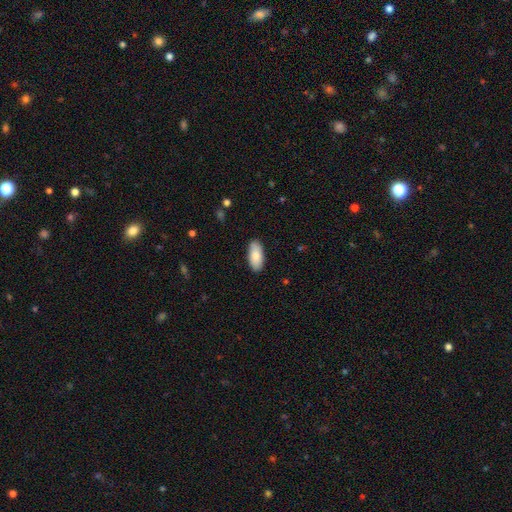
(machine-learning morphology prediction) Q: Smooth or featured?
A: smooth (84%); runner-up: featured or disk (10%)
Q: How rounded?
A: in between (89%); runner-up: cigar-shaped (9%)
Q: Merging?
A: none (87%); runner-up: minor disturbance (10%)